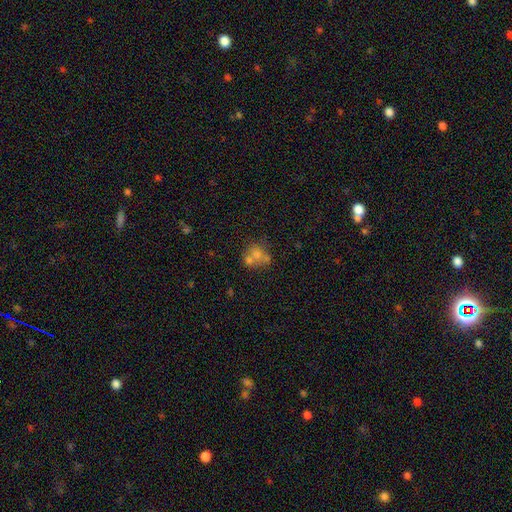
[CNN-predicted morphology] This is possibly a smooth galaxy (59%). How rounded: likely round (61%). Merging: possibly merger (47%).